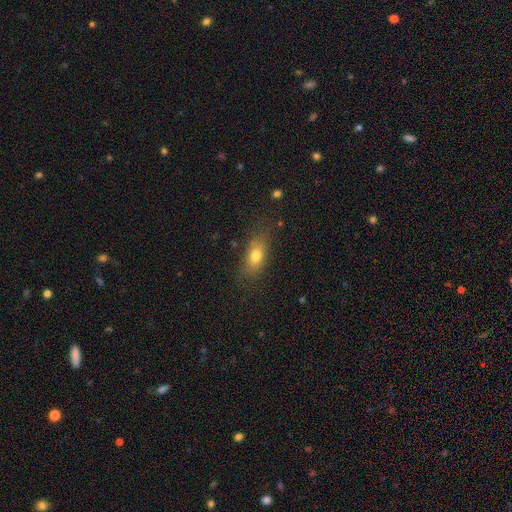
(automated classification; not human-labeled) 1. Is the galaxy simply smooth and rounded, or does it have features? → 73% smooth, 16% featured or disk, 10% star or artifact.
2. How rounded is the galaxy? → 74% in between, 17% cigar-shaped, 10% round.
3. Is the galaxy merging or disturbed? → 76% none, 17% minor disturbance, 6% major disturbance, 2% merger.